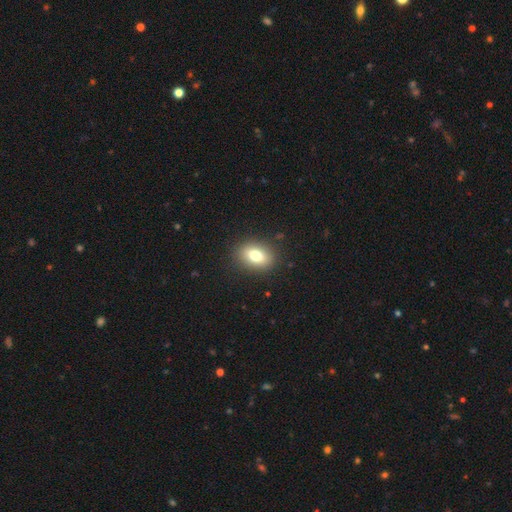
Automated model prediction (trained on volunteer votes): Smooth or featured? smooth (78%)
How rounded? in between (76%)
Merging? none (88%)